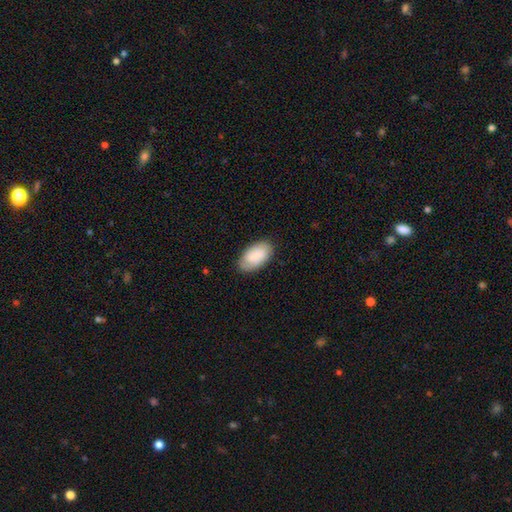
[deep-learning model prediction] A smooth galaxy with no disk features (80%) that is in between round and cigar-shaped (96%). Merging: none (83%).